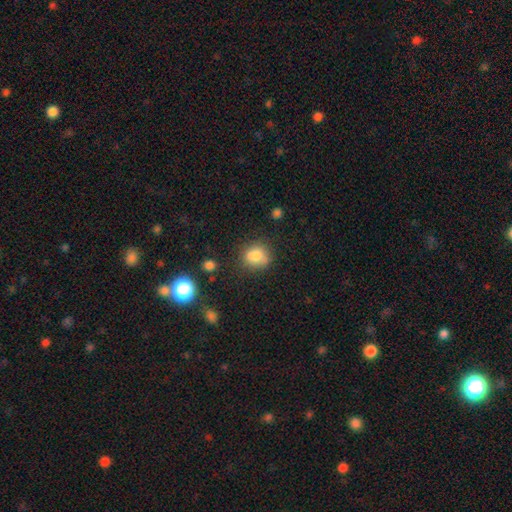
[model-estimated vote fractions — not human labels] Q: Smooth or featured?
A: smooth (81%); runner-up: star or artifact (11%)
Q: How rounded?
A: round (74%); runner-up: in between (25%)
Q: Merging?
A: none (69%); runner-up: minor disturbance (20%)